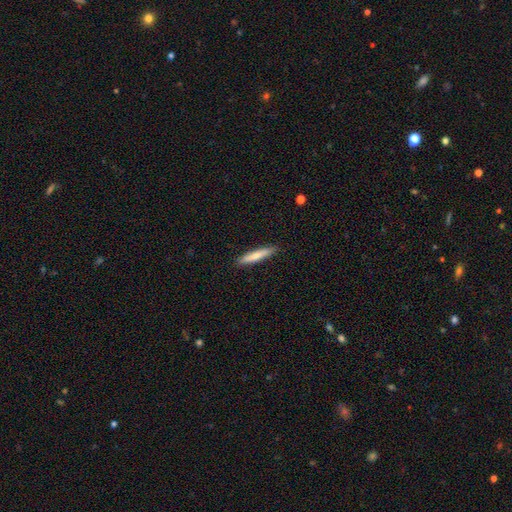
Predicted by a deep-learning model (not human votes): Morphology: type=smooth (75%); roundness=cigar-shaped (92%); merging=none (90%).